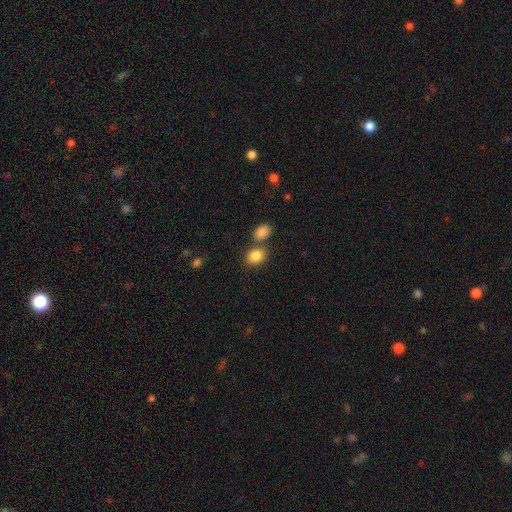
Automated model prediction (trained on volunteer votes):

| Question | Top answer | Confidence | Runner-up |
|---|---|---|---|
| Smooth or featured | smooth | 85% | star or artifact (9%) |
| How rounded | in between | 60% | round (39%) |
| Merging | none | 62% | merger (24%) |